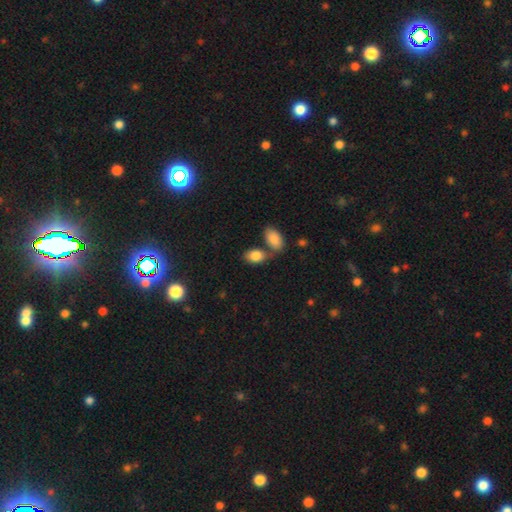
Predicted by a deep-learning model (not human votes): Smooth or featured? smooth (85%)
How rounded? in between (89%)
Merging? none (50%)